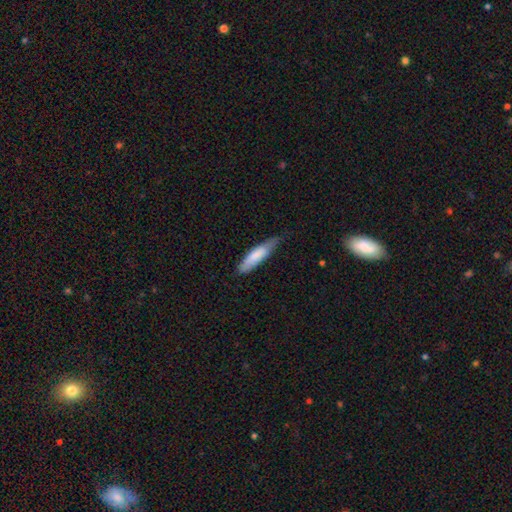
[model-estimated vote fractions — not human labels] Smooth or featured?
  - smooth: 76% *
  - featured or disk: 19%
  - star or artifact: 5%
How rounded?
  - cigar-shaped: 70% *
  - in between: 28%
  - round: 1%
Merging?
  - none: 54% *
  - minor disturbance: 37%
  - major disturbance: 7%
  - merger: 2%